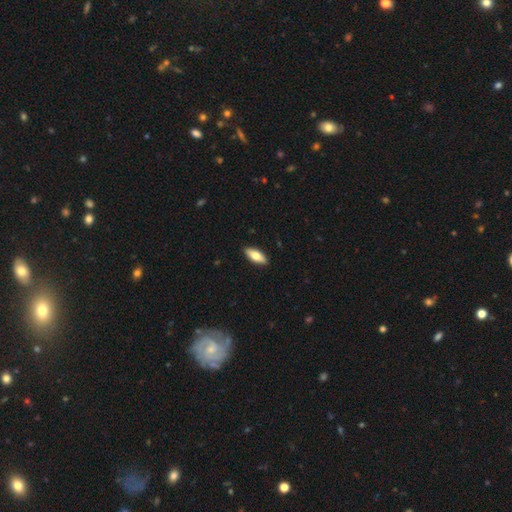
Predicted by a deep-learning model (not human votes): Smooth or featured?
  - smooth: 71% *
  - featured or disk: 23%
  - star or artifact: 6%
How rounded?
  - in between: 74% *
  - cigar-shaped: 23%
  - round: 2%
Merging?
  - none: 90% *
  - minor disturbance: 7%
  - major disturbance: 2%
  - merger: 1%